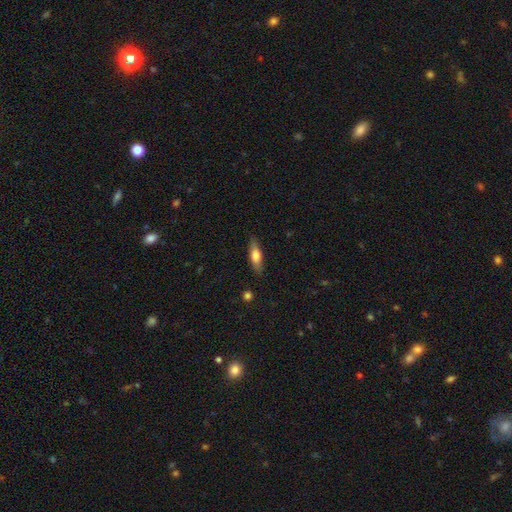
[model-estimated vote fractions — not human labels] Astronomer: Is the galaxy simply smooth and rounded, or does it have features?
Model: smooth — 65%.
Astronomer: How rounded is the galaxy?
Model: cigar-shaped — 55% (runner-up: in between, 42%).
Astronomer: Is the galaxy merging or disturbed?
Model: none — 86%.